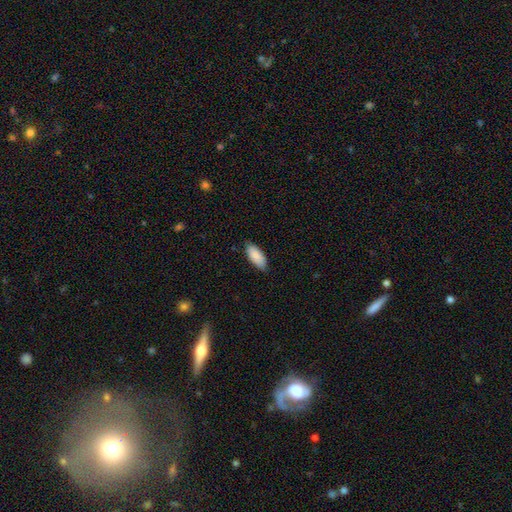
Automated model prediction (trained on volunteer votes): Smooth or featured: smooth — 89% (star or artifact — 6%)
How rounded: in between — 87% (cigar-shaped — 12%)
Merging: none — 84% (minor disturbance — 13%)